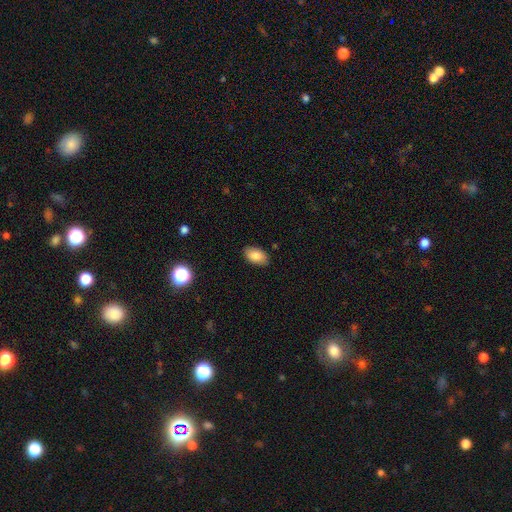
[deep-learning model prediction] This appears to be a smooth galaxy with no disk features (85%) that is in between round and cigar-shaped (92%). Merging: none (86%).